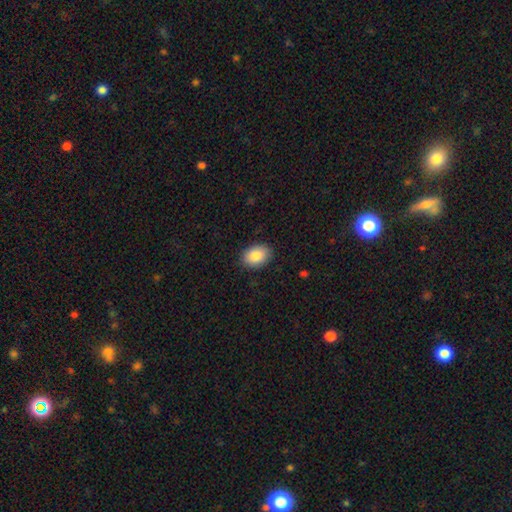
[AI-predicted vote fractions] Overall: smooth (87%). How rounded: in between (79%). Merging: none (88%).